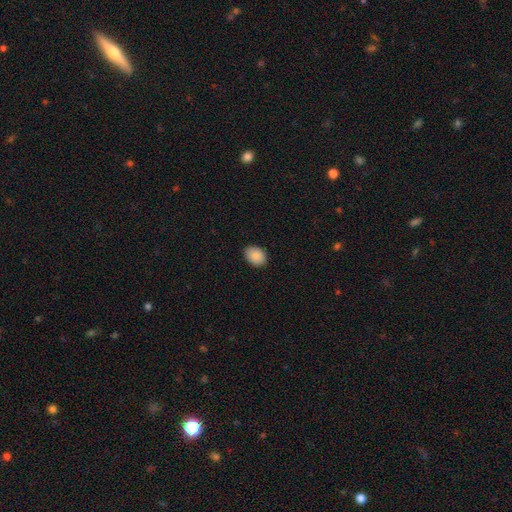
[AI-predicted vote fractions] smooth-or-featured: smooth: 88% | star or artifact: 7% | featured or disk: 5%
  how-rounded: in between: 73% | round: 26% | cigar-shaped: 1%
  merging: none: 90% | minor disturbance: 8% | major disturbance: 2% | merger: 1%